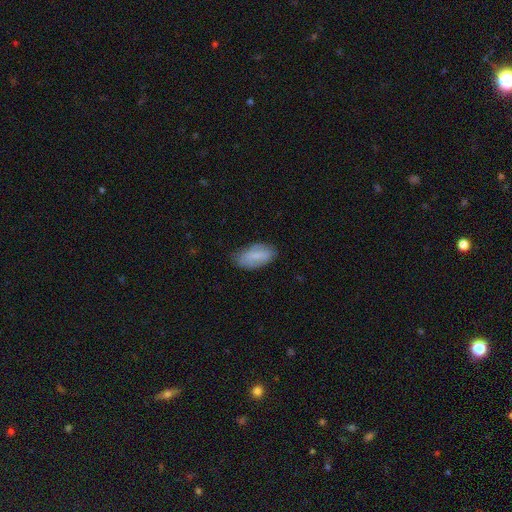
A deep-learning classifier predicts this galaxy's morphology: This is likely a smooth galaxy (70%). How rounded: clearly in between (92%). Merging: likely none (67%).